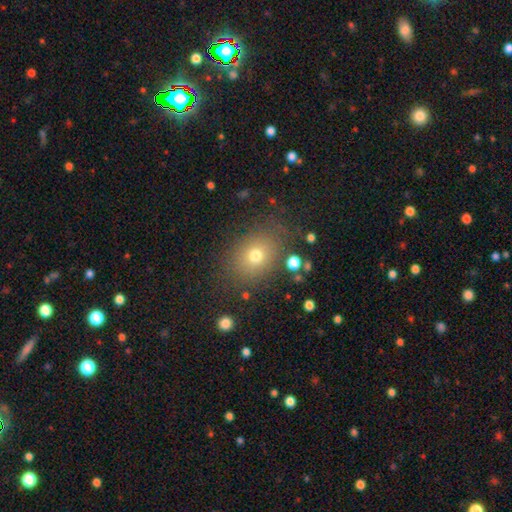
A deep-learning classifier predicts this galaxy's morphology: smooth-or-featured: smooth: 71% | star or artifact: 16% | featured or disk: 13%
  how-rounded: in between: 53% | round: 46% | cigar-shaped: 1%
  merging: none: 80% | minor disturbance: 12% | major disturbance: 6% | merger: 2%